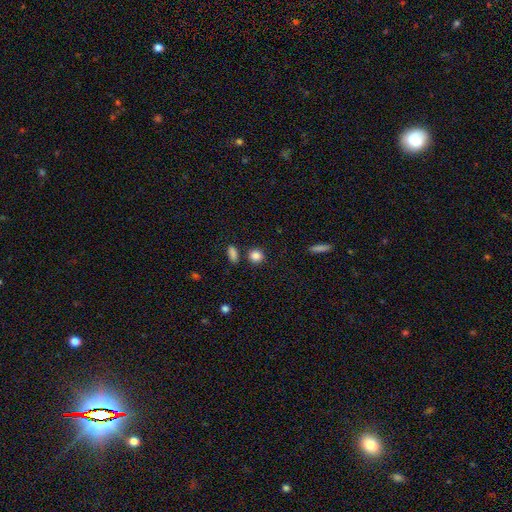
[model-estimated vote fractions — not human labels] smooth_or_featured: smooth (p=0.86) [alt: star or artifact p=0.10]
how_rounded: round (p=0.84) [alt: in between p=0.15]
merging: none (p=0.79) [alt: minor disturbance p=0.09]